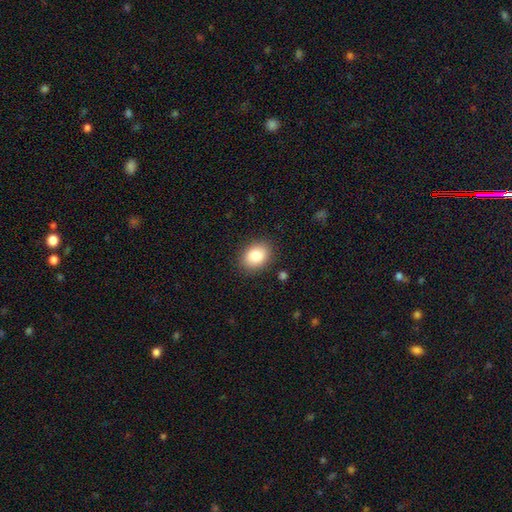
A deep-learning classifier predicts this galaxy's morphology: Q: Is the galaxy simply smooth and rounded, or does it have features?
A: smooth — 85%.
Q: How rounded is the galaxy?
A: in between — 67%.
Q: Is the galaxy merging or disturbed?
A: none — 86%.